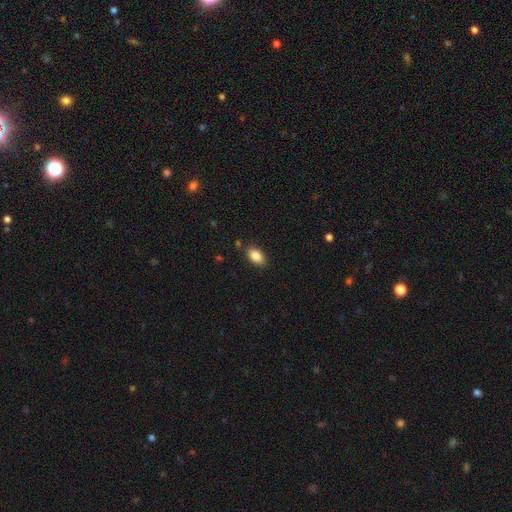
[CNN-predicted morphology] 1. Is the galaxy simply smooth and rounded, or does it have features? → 85% smooth, 8% star or artifact, 7% featured or disk.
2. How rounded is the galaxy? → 91% in between, 7% round, 2% cigar-shaped.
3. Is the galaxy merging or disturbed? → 85% none, 10% minor disturbance, 3% merger, 2% major disturbance.